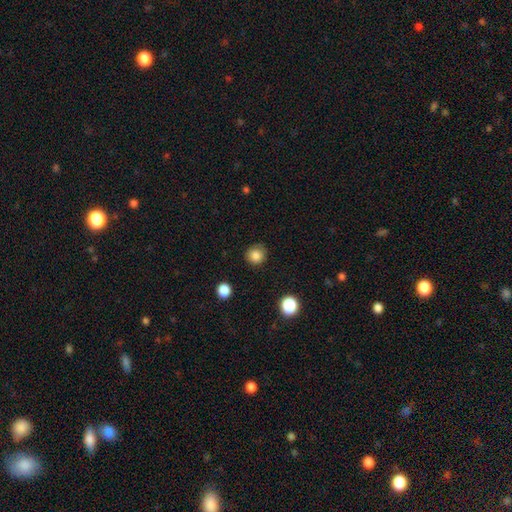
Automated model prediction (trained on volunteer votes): Overall: smooth (84%). How rounded: round (92%). Merging: none (86%).